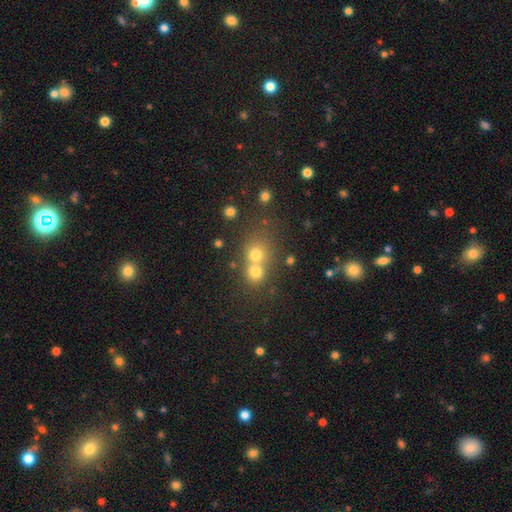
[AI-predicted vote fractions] Q: Smooth or featured?
A: smooth (67%); runner-up: star or artifact (20%)
Q: How rounded?
A: round (80%); runner-up: in between (19%)
Q: Merging?
A: merger (54%); runner-up: none (37%)